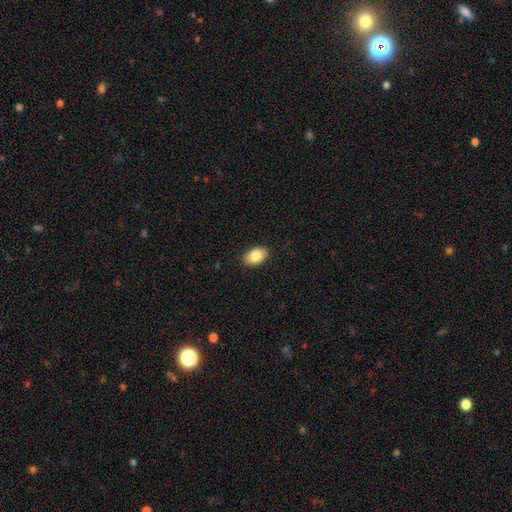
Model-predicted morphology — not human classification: Smooth or featured? smooth (85%)
How rounded? in between (89%)
Merging? none (90%)